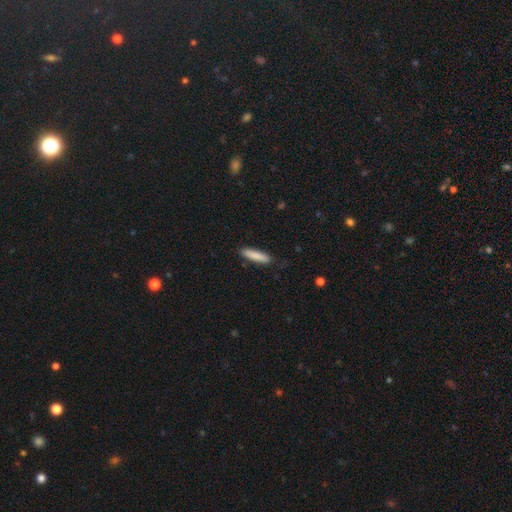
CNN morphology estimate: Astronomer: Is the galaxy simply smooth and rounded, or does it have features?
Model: smooth — 85%.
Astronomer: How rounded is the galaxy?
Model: cigar-shaped — 81%.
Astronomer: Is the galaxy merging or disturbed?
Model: none — 86%.